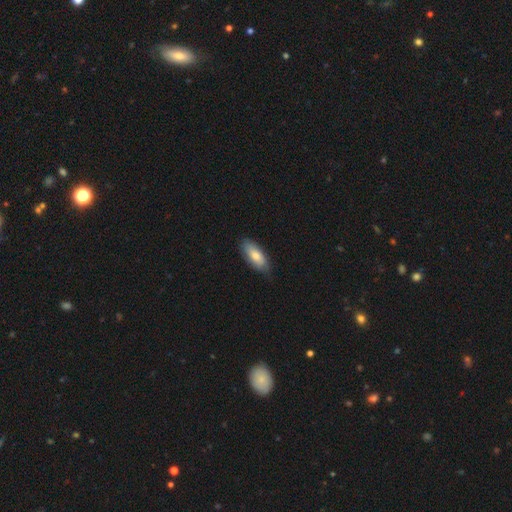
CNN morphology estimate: Smooth or featured? Predicted: smooth (p=0.78). How rounded? Predicted: in between (p=0.84). Merging? Predicted: none (p=0.78).